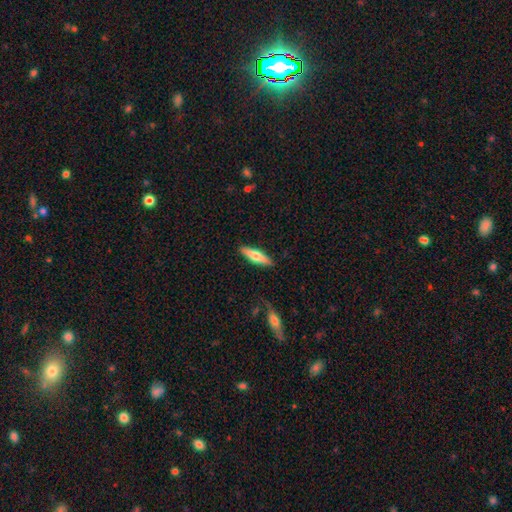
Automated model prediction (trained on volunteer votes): A smooth galaxy with no disk features (60%) that is cigar-shaped (67%).

Vote fractions:
- Smooth or featured? smooth: 60% / featured or disk: 34% / star or artifact: 6%
- How rounded? cigar-shaped: 67% / in between: 31% / round: 2%
- Merging? none: 86% / minor disturbance: 10% / major disturbance: 2% / merger: 2%